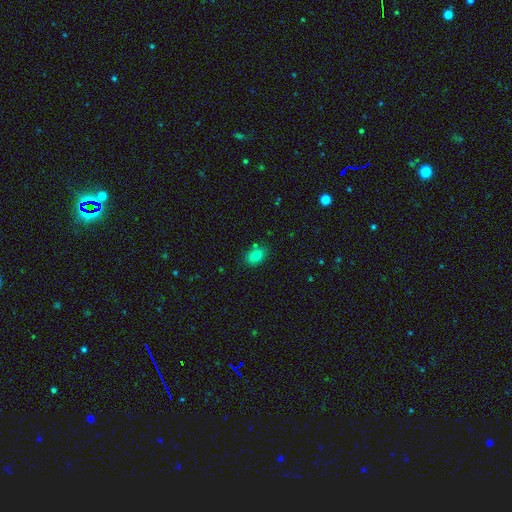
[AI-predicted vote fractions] This is clearly a smooth galaxy (80%). How rounded: likely in between (79%). Merging: likely none (78%).